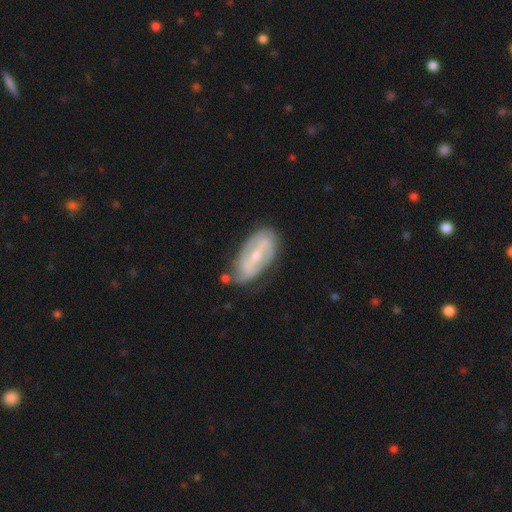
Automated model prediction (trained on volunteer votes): A featured or disk galaxy (72%) with a weak bar (41%), 2 (69%) medium (39%) spiral arms (79%) and a small central bulge (55%). Merging: none (64%).